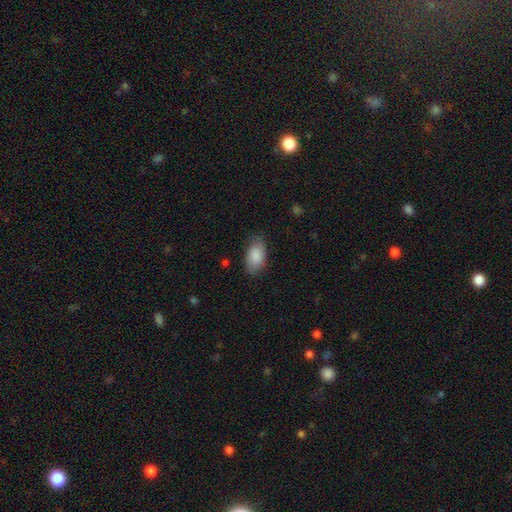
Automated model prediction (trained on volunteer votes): A smooth galaxy with no disk features (88%) that is in between round and cigar-shaped (94%). Merging: none (80%).